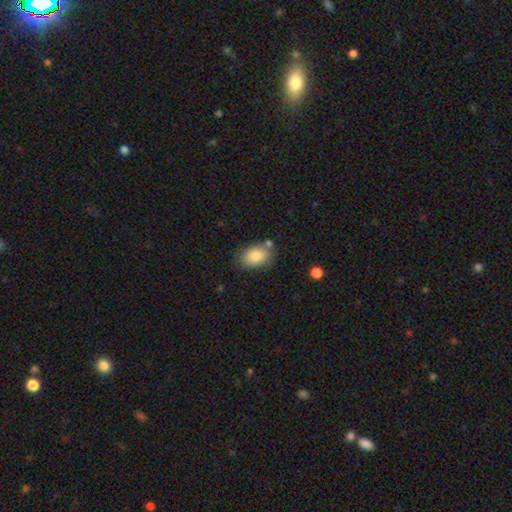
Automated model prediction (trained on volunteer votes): smooth 84%, featured or disk 9%, star or artifact 7%. Down the decision tree: how rounded — in between (85%); merging — none (71%).